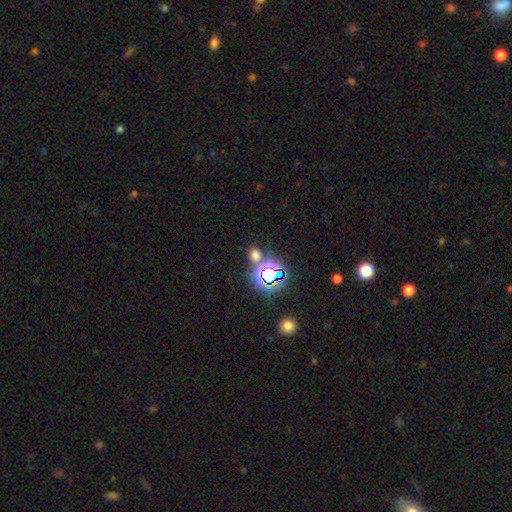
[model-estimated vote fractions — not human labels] This appears to be a smooth galaxy with no disk features (54%) that is round (73%). Merging: none (69%).